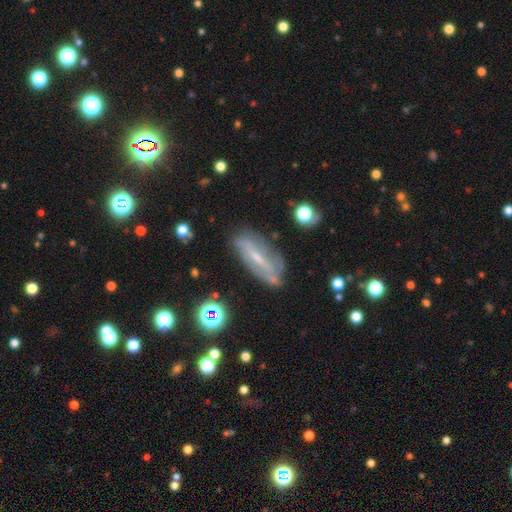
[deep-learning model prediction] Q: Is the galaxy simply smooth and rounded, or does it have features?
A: featured or disk — 64%.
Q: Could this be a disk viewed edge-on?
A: no — 70%.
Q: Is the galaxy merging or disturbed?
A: none — 74%.